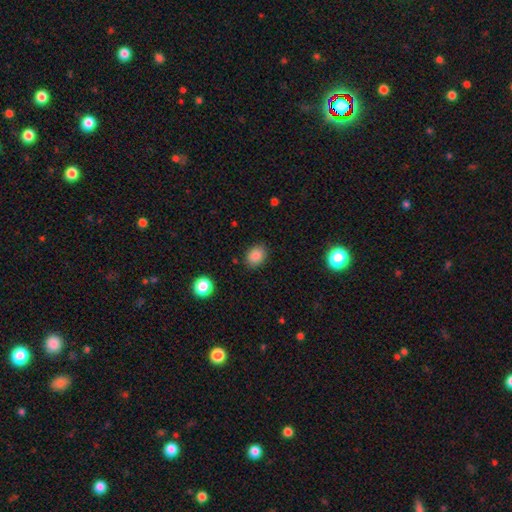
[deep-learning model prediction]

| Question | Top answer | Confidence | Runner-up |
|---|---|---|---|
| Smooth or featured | smooth | 86% | star or artifact (10%) |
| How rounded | in between | 59% | round (40%) |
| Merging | none | 86% | minor disturbance (9%) |